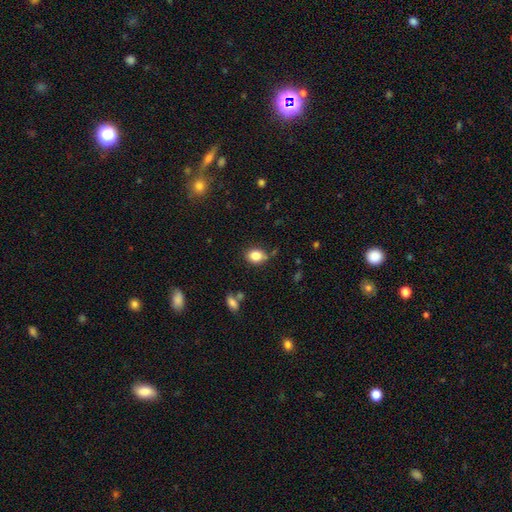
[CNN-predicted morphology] type=smooth (83%); roundness=in between (58%); merging=none (72%).